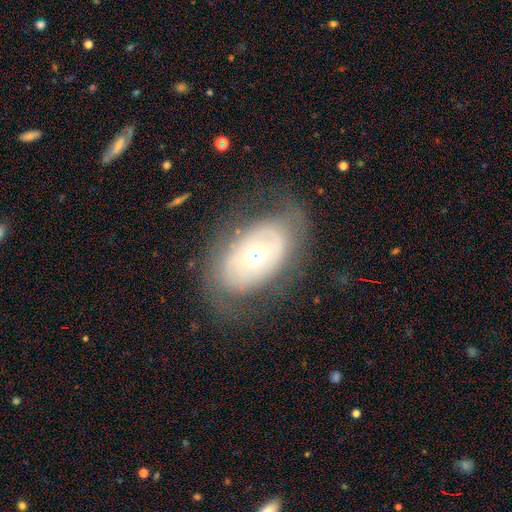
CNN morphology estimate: smooth-or-featured: featured or disk: 65% | smooth: 27% | star or artifact: 7%
  disk-edge-on: no: 93% | yes: 7%
    bar: no: 73% | weak: 20% | strong: 6%
    has-spiral-arms: yes: 53% | no: 47%
    bulge-size: moderate: 54% | small: 39% | large: 5% | dominant: 1% | none: 1%
  merging: none: 65% | minor disturbance: 20% | major disturbance: 14% | merger: 2%